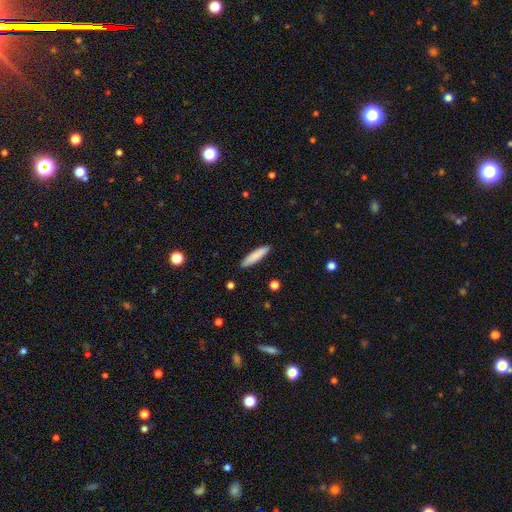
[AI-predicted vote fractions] Smooth or featured? smooth (84%)
How rounded? cigar-shaped (80%)
Merging? none (90%)